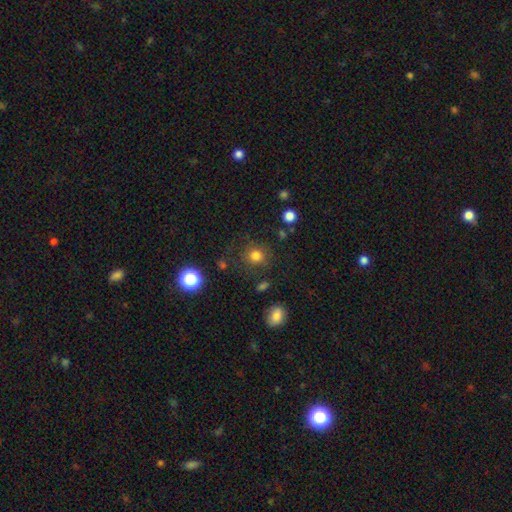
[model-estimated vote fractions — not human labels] Morphology: type=smooth (78%); roundness=round (85%); merging=none (78%).